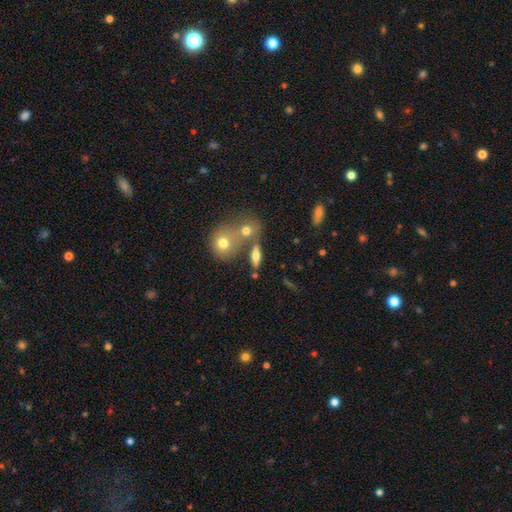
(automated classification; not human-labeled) Smooth or featured? smooth (62%)
How rounded? in between (53%)
Merging? none (55%)